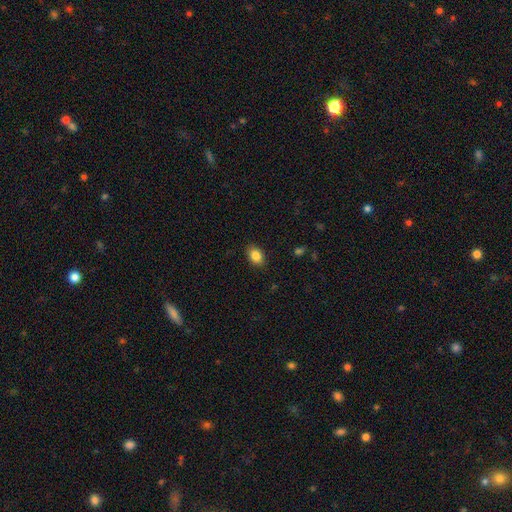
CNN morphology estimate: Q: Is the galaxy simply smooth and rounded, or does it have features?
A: smooth — 86%.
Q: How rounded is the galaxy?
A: in between — 76%.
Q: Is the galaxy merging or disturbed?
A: none — 88%.